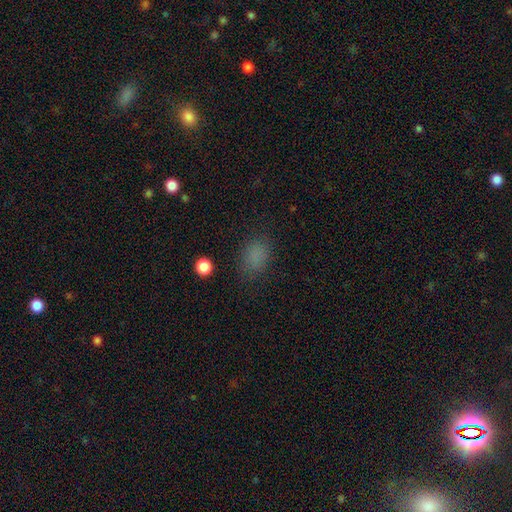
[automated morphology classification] Overall: smooth (79%). How rounded: in between (74%). Merging: none (79%).